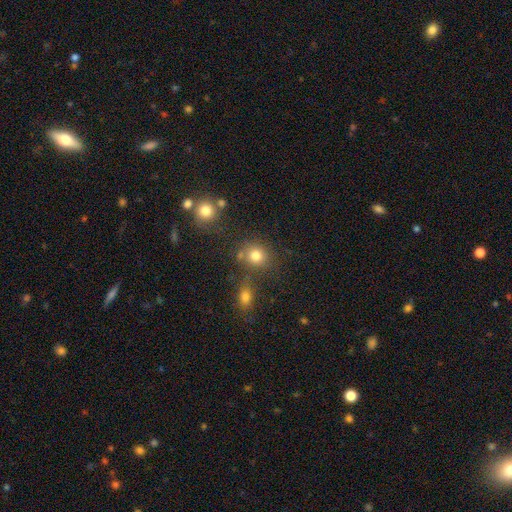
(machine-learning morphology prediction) A smooth galaxy with no disk features (79%) that is round (80%).

Vote fractions:
- Smooth or featured? smooth: 79% / star or artifact: 14% / featured or disk: 7%
- How rounded? round: 80% / in between: 19% / cigar-shaped: 1%
- Merging? none: 71% / merger: 13% / minor disturbance: 11% / major disturbance: 5%